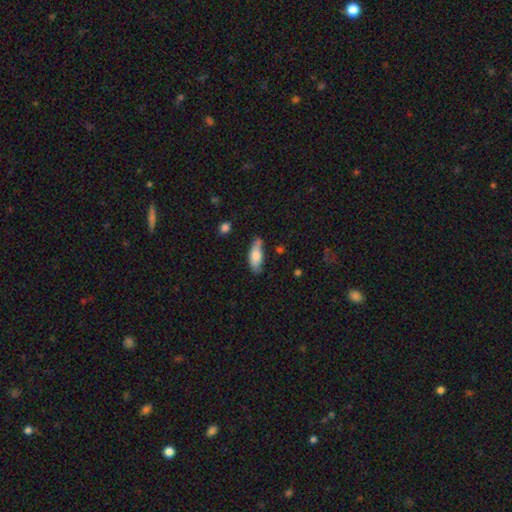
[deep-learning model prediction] Morphology: type=smooth (75%); roundness=in between (68%); merging=none (66%).